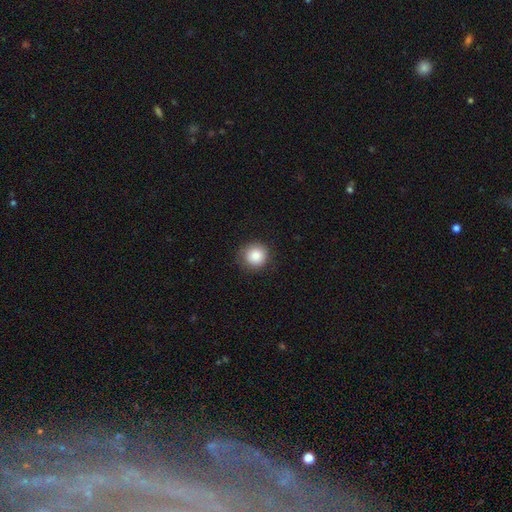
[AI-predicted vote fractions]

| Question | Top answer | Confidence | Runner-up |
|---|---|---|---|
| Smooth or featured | smooth | 84% | star or artifact (9%) |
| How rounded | round | 94% | in between (5%) |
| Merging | none | 85% | minor disturbance (11%) |